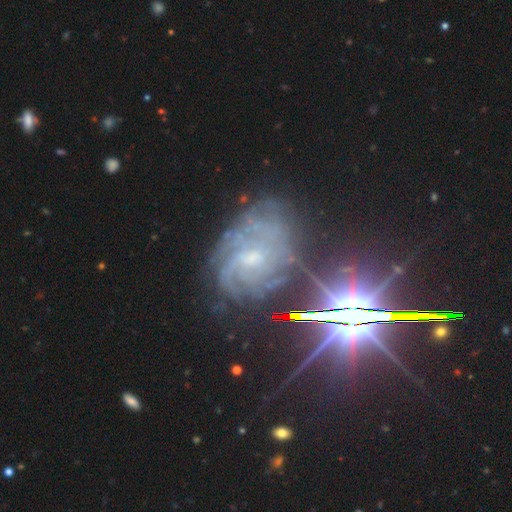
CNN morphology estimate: Smooth or featured? Predicted: featured or disk (p=0.68). Edge-on disk? Predicted: no (p=0.95). Bar? Predicted: no (p=0.56). Spiral arms? Predicted: yes (p=0.93). Spiral winding? Predicted: tight (p=0.62). Spiral arm count? Predicted: can't tell (p=0.40). Bulge size? Predicted: small (p=0.60). Merging? Predicted: none (p=0.66).